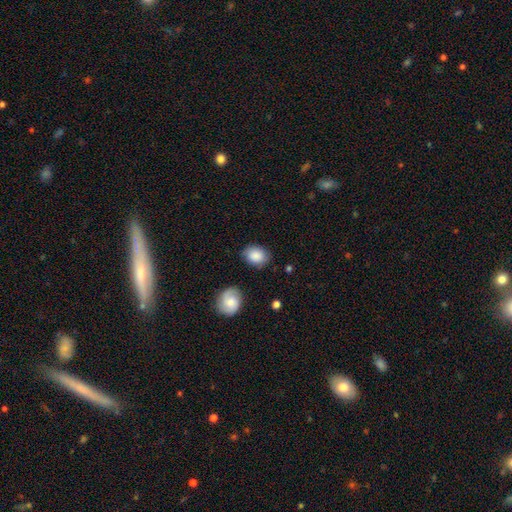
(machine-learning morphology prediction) smooth-or-featured: smooth: 84% | featured or disk: 9% | star or artifact: 7%
  how-rounded: in between: 61% | round: 38% | cigar-shaped: 1%
  merging: none: 78% | minor disturbance: 17% | major disturbance: 3% | merger: 2%